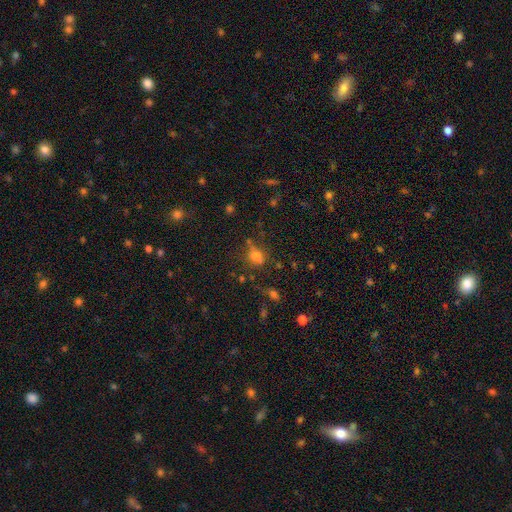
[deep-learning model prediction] smooth 64%, star or artifact 24%, featured or disk 12%. Down the decision tree: how rounded — round (61%); merging — none (53%).